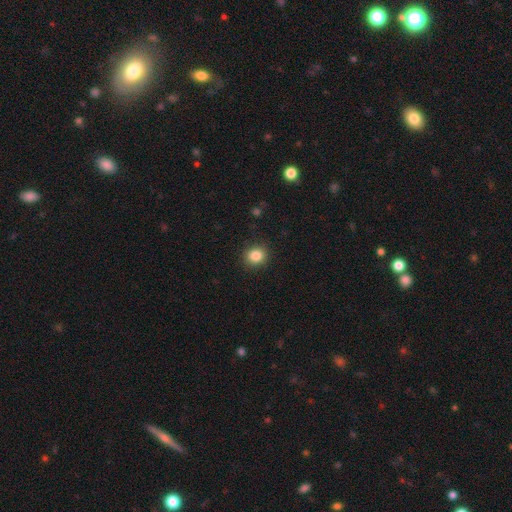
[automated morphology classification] Smooth or featured: smooth — 85% (star or artifact — 10%)
How rounded: round — 78% (in between — 21%)
Merging: none — 90% (minor disturbance — 7%)